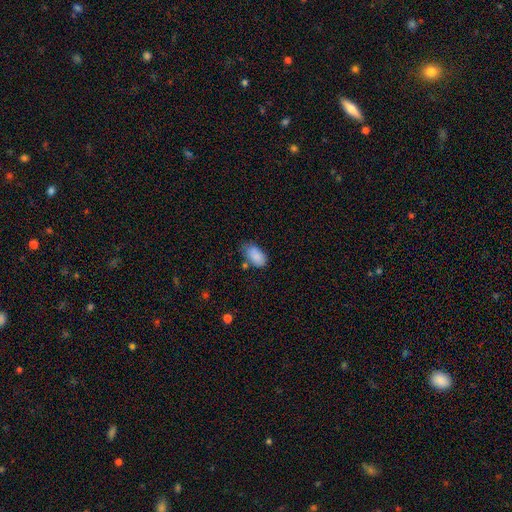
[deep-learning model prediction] smooth-or-featured: smooth: 86% | star or artifact: 8% | featured or disk: 7%
  how-rounded: in between: 93% | round: 5% | cigar-shaped: 2%
  merging: none: 56% | minor disturbance: 31% | major disturbance: 7% | merger: 6%